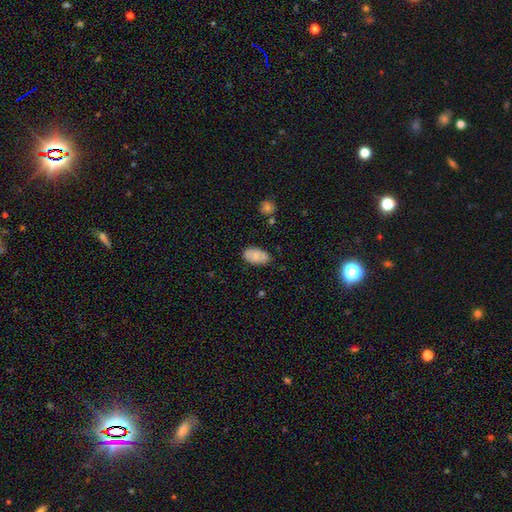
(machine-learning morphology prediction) Smooth or featured?
  - smooth: 79% *
  - featured or disk: 14%
  - star or artifact: 7%
How rounded?
  - in between: 94% *
  - round: 4%
  - cigar-shaped: 2%
Merging?
  - none: 76% *
  - minor disturbance: 18%
  - major disturbance: 3%
  - merger: 3%